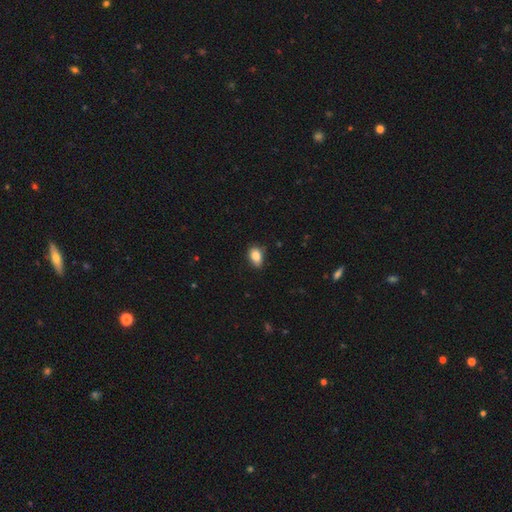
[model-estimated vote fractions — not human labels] Smooth or featured: smooth — 86% (star or artifact — 8%)
How rounded: in between — 81% (round — 17%)
Merging: none — 78% (minor disturbance — 18%)